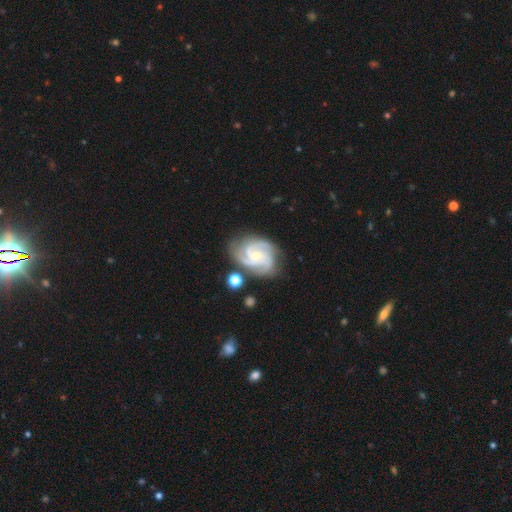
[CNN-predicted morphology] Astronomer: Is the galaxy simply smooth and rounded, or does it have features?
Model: featured or disk — 91%.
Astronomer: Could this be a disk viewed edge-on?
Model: no — 98%.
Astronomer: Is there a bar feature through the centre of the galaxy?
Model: no — 65%.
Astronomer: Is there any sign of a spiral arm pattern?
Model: yes — 98%.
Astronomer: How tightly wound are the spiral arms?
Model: tight — 56% (runner-up: medium, 39%).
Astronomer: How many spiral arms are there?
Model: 3 — 64%.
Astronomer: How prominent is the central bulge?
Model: small — 61% (runner-up: moderate, 36%).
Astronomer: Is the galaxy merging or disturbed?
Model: none — 75%.